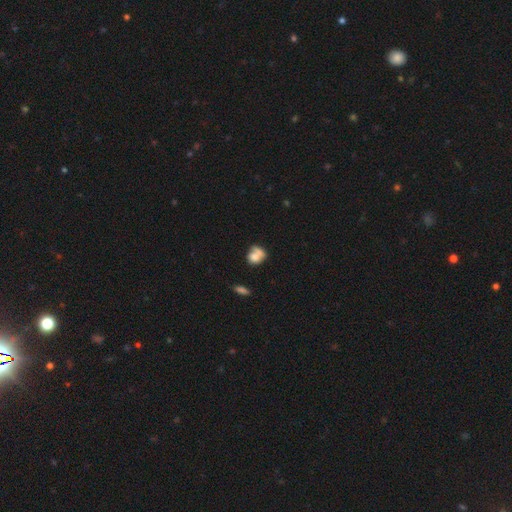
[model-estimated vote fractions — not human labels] A smooth galaxy with no disk features (67%) that is round (59%).

Vote fractions:
- Smooth or featured? smooth: 67% / featured or disk: 23% / star or artifact: 10%
- How rounded? round: 59% / in between: 39% / cigar-shaped: 2%
- Merging? none: 38% / merger: 30% / minor disturbance: 18% / major disturbance: 14%